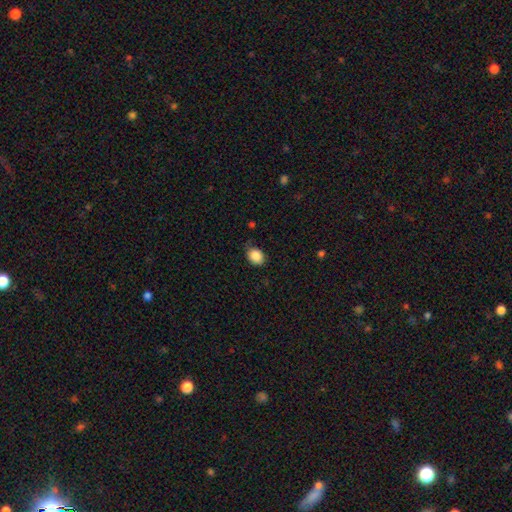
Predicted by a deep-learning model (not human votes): Smooth or featured? Predicted: smooth (p=0.88). How rounded? Predicted: in between (p=0.59). Merging? Predicted: none (p=0.69).